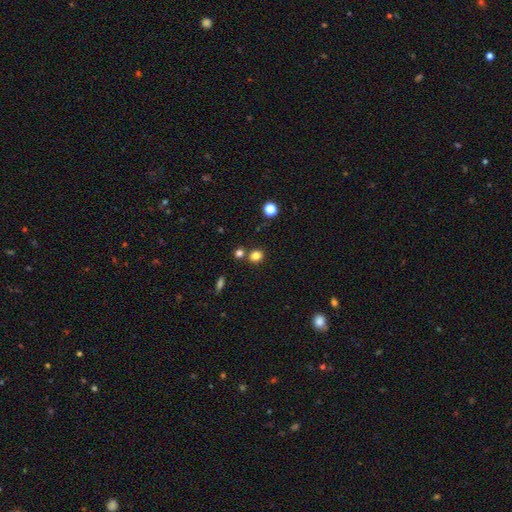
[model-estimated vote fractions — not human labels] Smooth or featured? Predicted: smooth (p=0.82). How rounded? Predicted: round (p=0.73). Merging? Predicted: none (p=0.76).